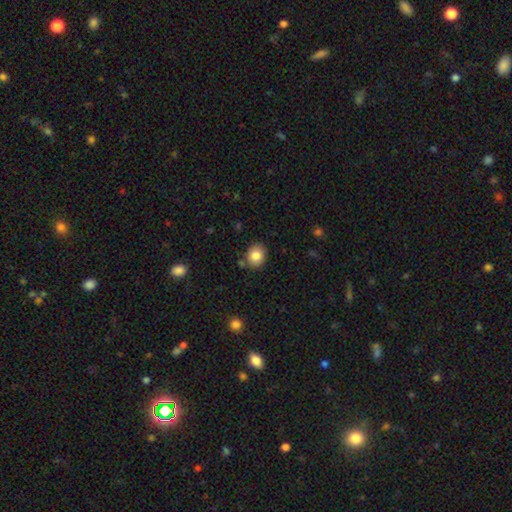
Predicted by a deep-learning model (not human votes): smooth 84%, star or artifact 9%, featured or disk 7%. Down the decision tree: how rounded — round (57%); merging — none (81%).